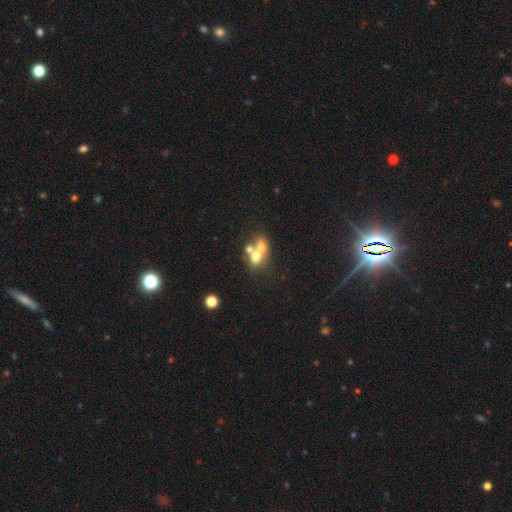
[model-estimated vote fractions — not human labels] The model was most divided on "how rounded": round: 50%, in between: 48%, cigar-shaped: 2%. More confident: merging — merger (64%); smooth or featured — smooth (57%).